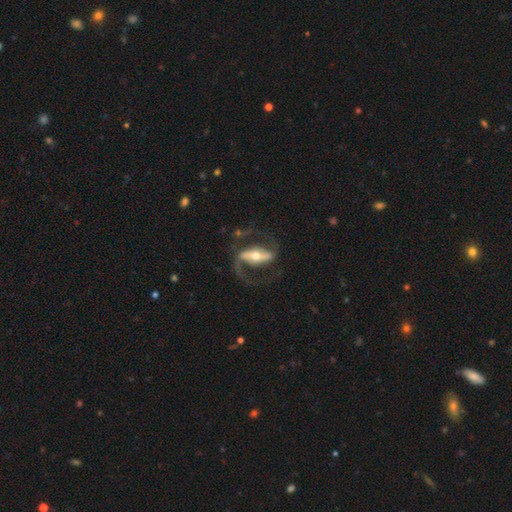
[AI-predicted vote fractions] Q: Smooth or featured?
A: featured or disk (87%); runner-up: smooth (8%)
Q: Edge-on disk?
A: no (91%); runner-up: yes (9%)
Q: Bar?
A: strong (66%); runner-up: weak (20%)
Q: Spiral arms?
A: yes (93%); runner-up: no (7%)
Q: Spiral winding?
A: medium (50%); runner-up: loose (35%)
Q: Spiral arm count?
A: 2 (91%); runner-up: 1 (4%)
Q: Bulge size?
A: moderate (59%); runner-up: small (32%)
Q: Merging?
A: none (69%); runner-up: major disturbance (16%)